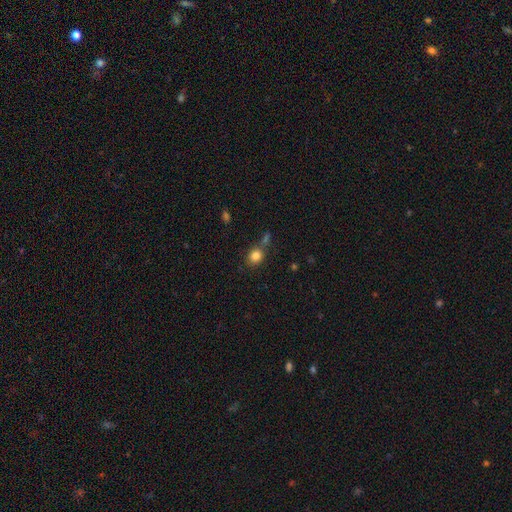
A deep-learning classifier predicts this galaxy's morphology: A smooth galaxy with no disk features (83%) that is round (68%). Merging: none (70%).